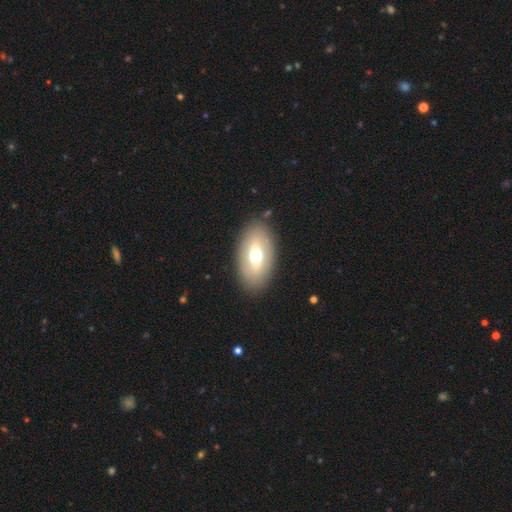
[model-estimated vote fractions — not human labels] smooth 58%, featured or disk 35%, star or artifact 7%. Down the decision tree: how rounded — in between (91%); merging — none (86%).